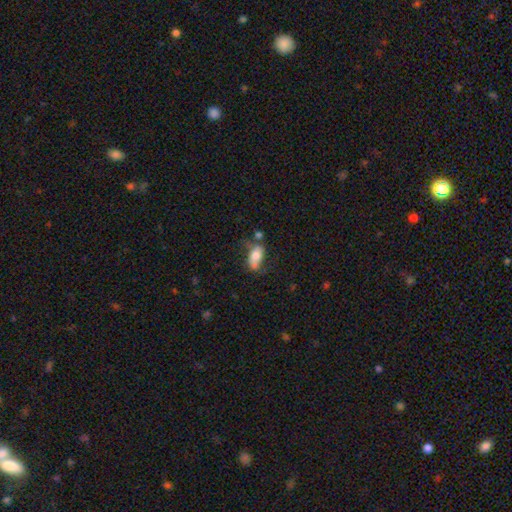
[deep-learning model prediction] This is likely a smooth galaxy (65%). How rounded: clearly in between (89%). Merging: marginally none (44%).